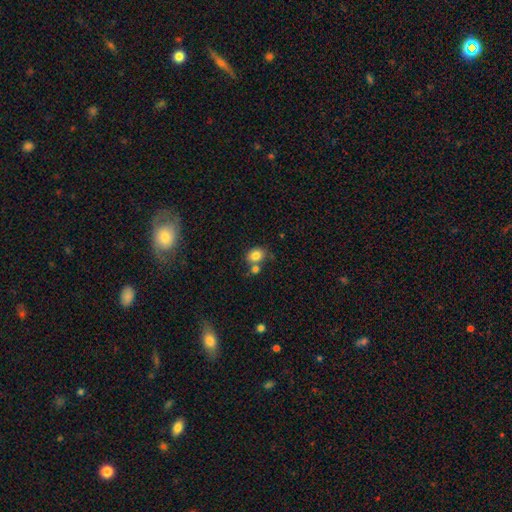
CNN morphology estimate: The model was most divided on "how rounded": in between: 54%, round: 45%, cigar-shaped: 1%. More confident: smooth or featured — smooth (82%); merging — none (55%).